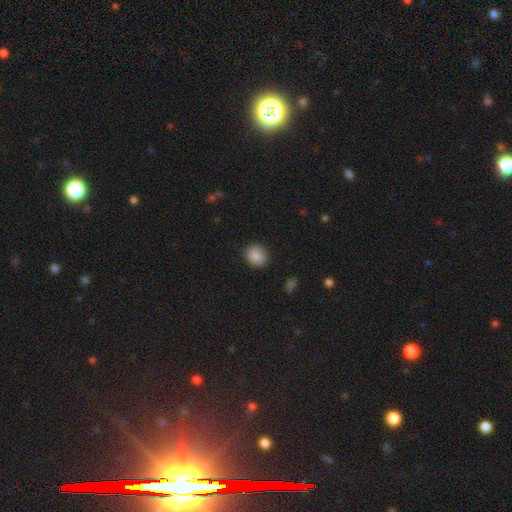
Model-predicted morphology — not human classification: smooth_or_featured: smooth (p=0.87) [alt: star or artifact p=0.08]
how_rounded: round (p=0.72) [alt: in between p=0.27]
merging: none (p=0.87) [alt: minor disturbance p=0.10]